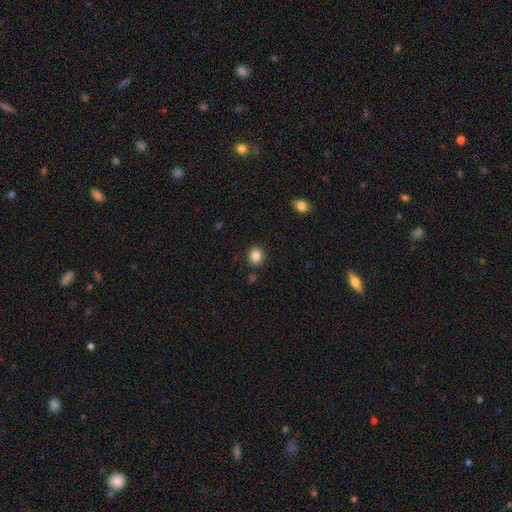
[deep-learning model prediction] smooth_or_featured: smooth (p=0.86) [alt: star or artifact p=0.10]
how_rounded: round (p=0.74) [alt: in between p=0.25]
merging: none (p=0.88) [alt: minor disturbance p=0.07]